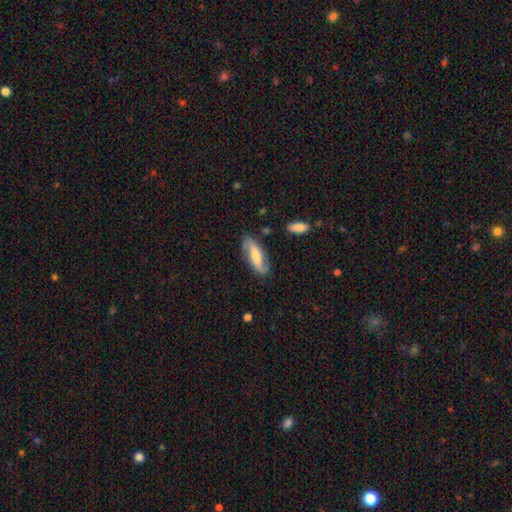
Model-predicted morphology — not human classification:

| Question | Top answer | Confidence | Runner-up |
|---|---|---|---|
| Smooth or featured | featured or disk | 55% | smooth (38%) |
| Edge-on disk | no | 83% | yes (17%) |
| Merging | none | 78% | minor disturbance (16%) |